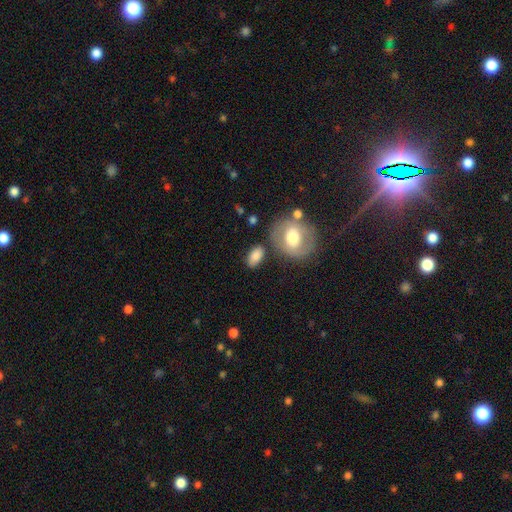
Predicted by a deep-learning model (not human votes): Morphology: type=smooth (82%); roundness=in between (86%); merging=none (72%).